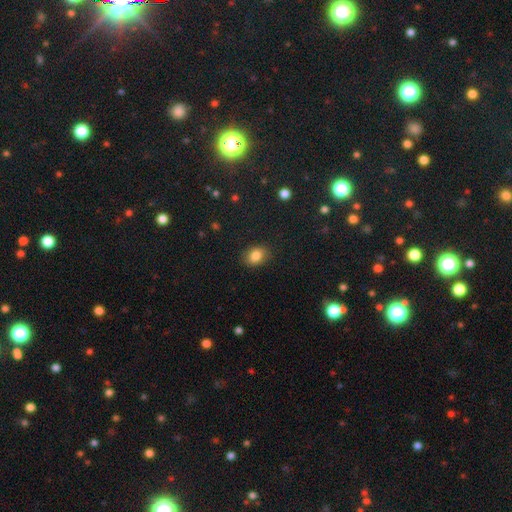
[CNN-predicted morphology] smooth 84%, star or artifact 9%, featured or disk 6%. Down the decision tree: how rounded — in between (66%); merging — none (86%).